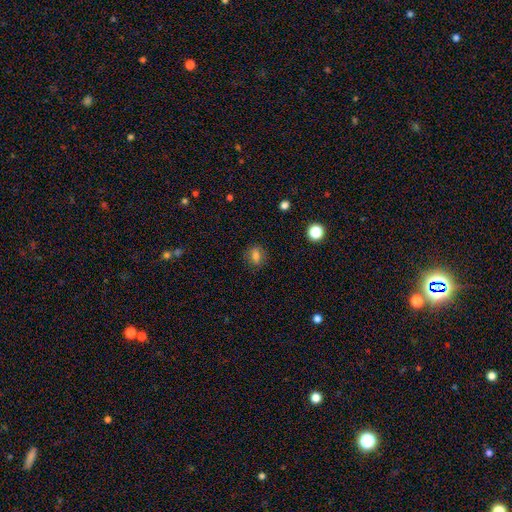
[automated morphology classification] The model was most divided on "how rounded": in between: 55%, round: 41%, cigar-shaped: 3%. More confident: merging — none (83%); smooth or featured — smooth (75%).